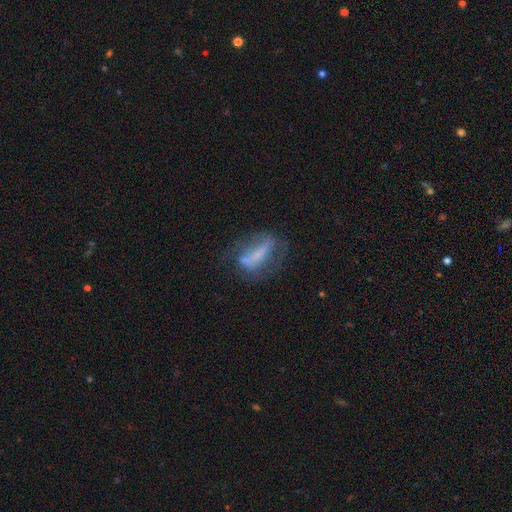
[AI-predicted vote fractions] This appears to be a featured or disk galaxy (51%). Merging: none (41%).